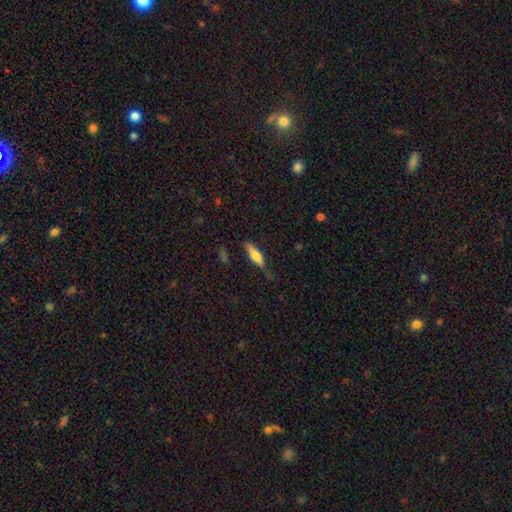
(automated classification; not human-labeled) This appears to be a smooth galaxy with no disk features (70%) that is cigar-shaped (57%). Merging: none (62%).